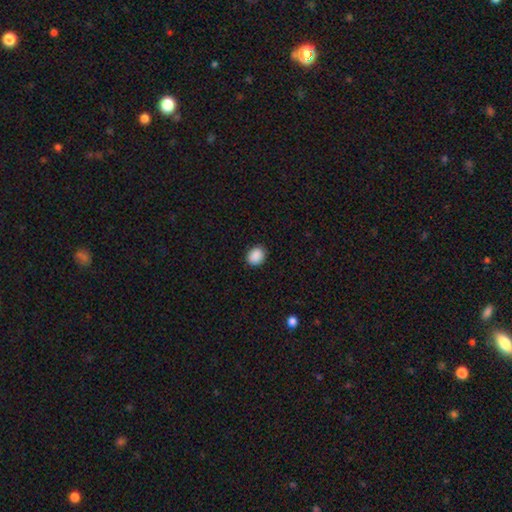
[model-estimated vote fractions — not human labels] Morphology: type=smooth (89%); roundness=round (52%); merging=none (88%).